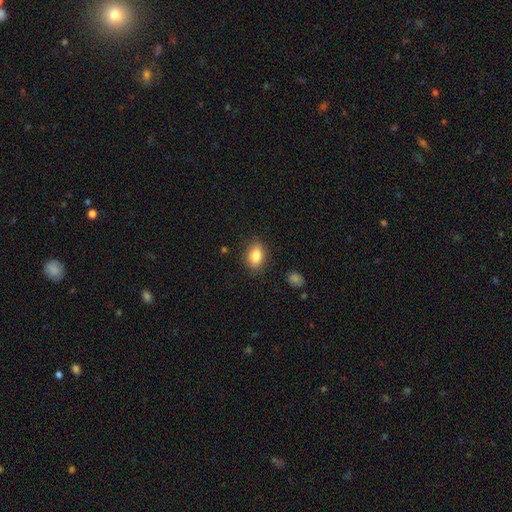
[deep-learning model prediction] A smooth galaxy with no disk features (84%) that is in between round and cigar-shaped (82%). Merging: none (85%).